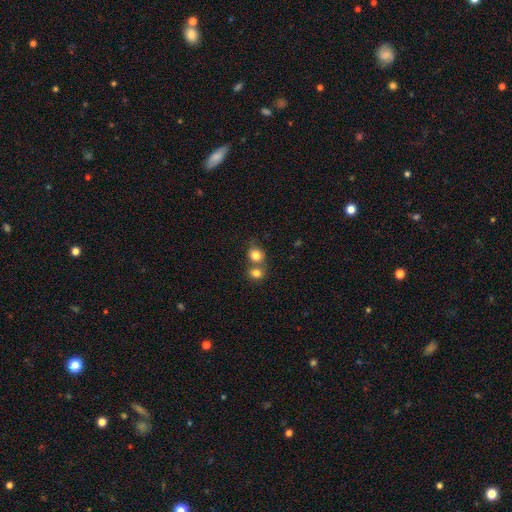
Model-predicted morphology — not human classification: smooth_or_featured: smooth (p=0.82) [alt: star or artifact p=0.10]
how_rounded: round (p=0.71) [alt: in between p=0.28]
merging: merger (p=0.47) [alt: none p=0.41]